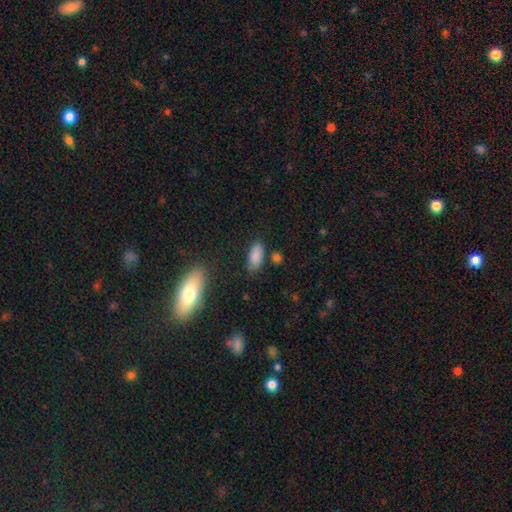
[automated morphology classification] A smooth galaxy with no disk features (86%) that is in between round and cigar-shaped (87%).

Vote fractions:
- Smooth or featured? smooth: 86% / star or artifact: 8% / featured or disk: 6%
- How rounded? in between: 87% / cigar-shaped: 10% / round: 3%
- Merging? none: 75% / minor disturbance: 16% / merger: 5% / major disturbance: 4%